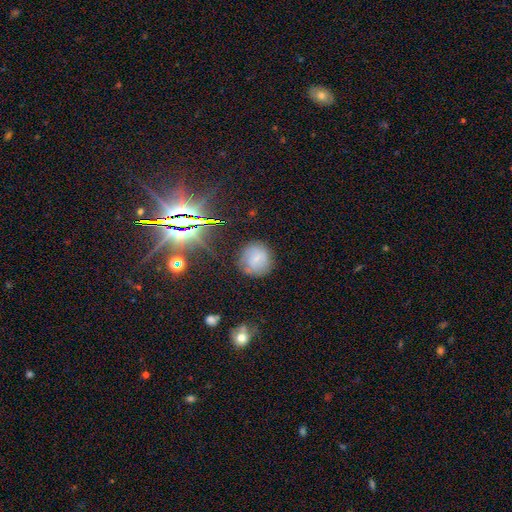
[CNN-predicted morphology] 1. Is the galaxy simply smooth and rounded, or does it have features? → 41% star or artifact, 39% smooth, 21% featured or disk.